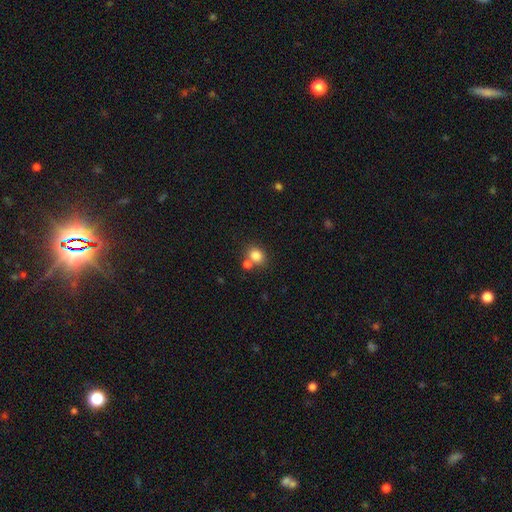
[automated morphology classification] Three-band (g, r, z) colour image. It shows a smooth galaxy with no disk features (82%) that is round (64%). Merging: none (60%).